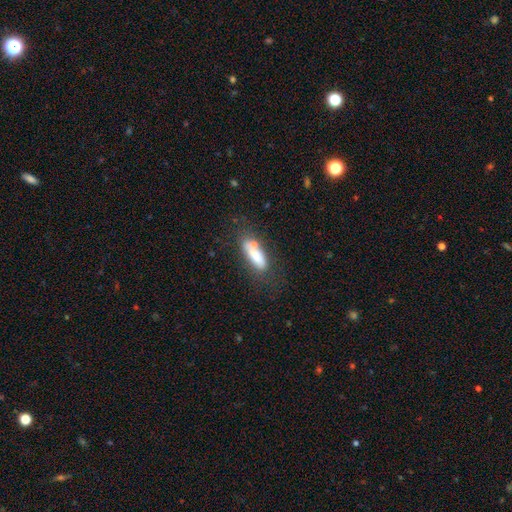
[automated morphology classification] Smooth or featured?
  - smooth: 71% *
  - featured or disk: 21%
  - star or artifact: 8%
How rounded?
  - in between: 63% *
  - cigar-shaped: 35%
  - round: 3%
Merging?
  - none: 48% *
  - minor disturbance: 21%
  - merger: 20%
  - major disturbance: 11%